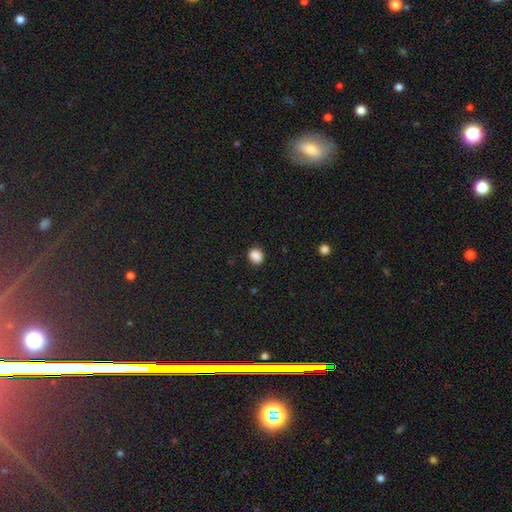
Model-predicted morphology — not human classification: Smooth or featured: smooth — 87% (star or artifact — 10%)
How rounded: round — 66% (in between — 33%)
Merging: none — 85% (minor disturbance — 10%)